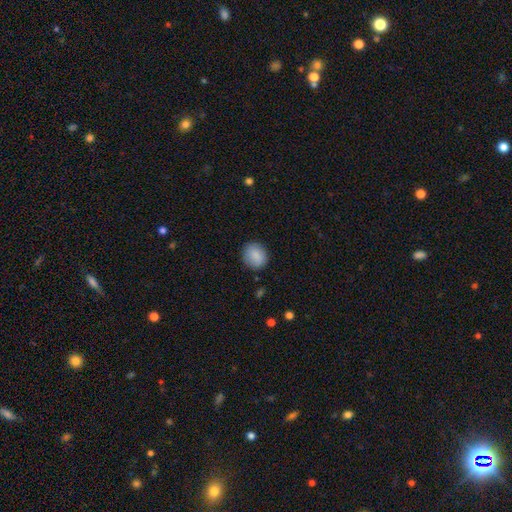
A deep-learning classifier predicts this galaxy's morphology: Smooth or featured: smooth — 87% (star or artifact — 8%)
How rounded: round — 72% (in between — 27%)
Merging: none — 86% (minor disturbance — 10%)